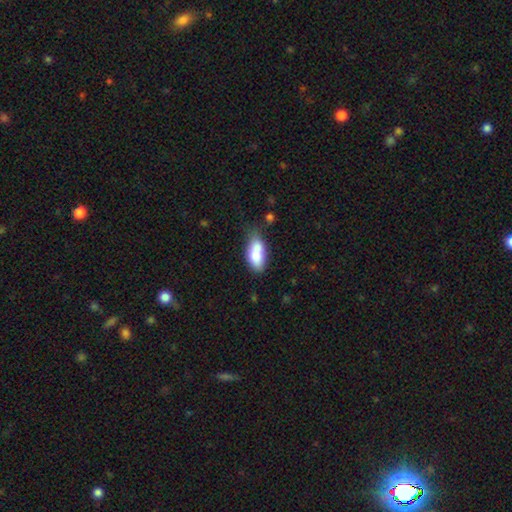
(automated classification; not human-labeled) Morphology: type=smooth (72%); roundness=in between (86%); merging=none (41%).